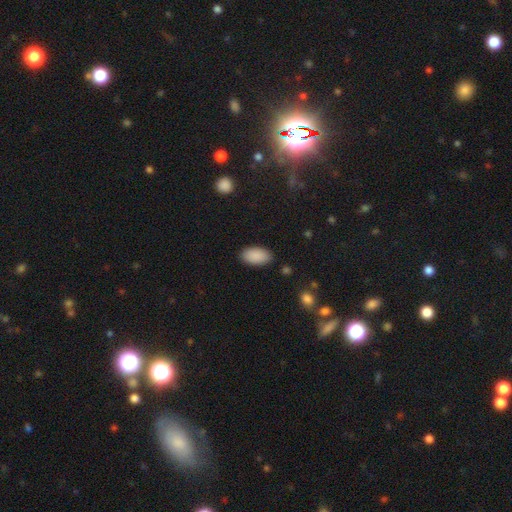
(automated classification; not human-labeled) This is clearly a smooth galaxy (90%). How rounded: clearly in between (95%). Merging: clearly none (87%).